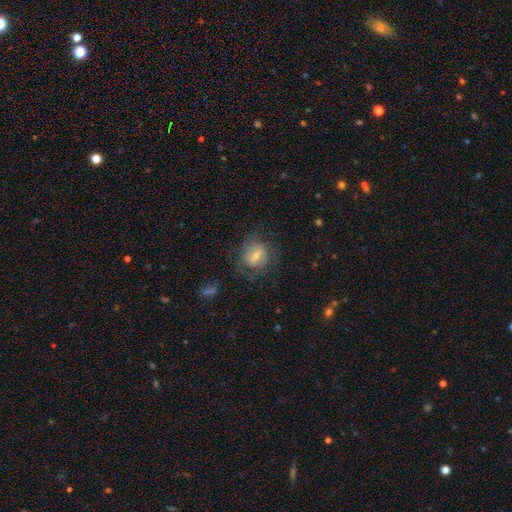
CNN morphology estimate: featured or disk 46%, smooth 45%, star or artifact 9%. Down the decision tree: merging — none (64%).